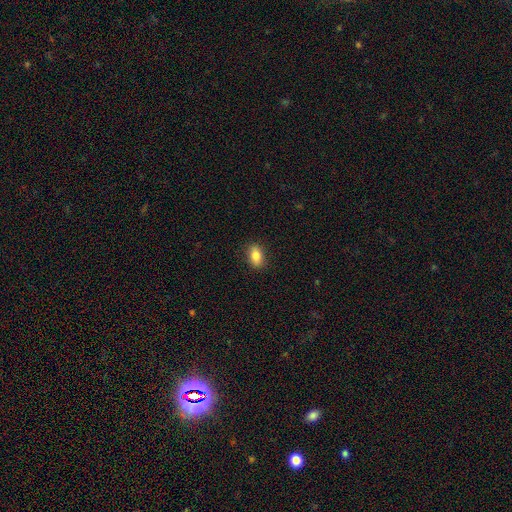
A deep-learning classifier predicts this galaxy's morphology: This appears to be a smooth galaxy with no disk features (85%) that is in between round and cigar-shaped (86%). Merging: none (88%).